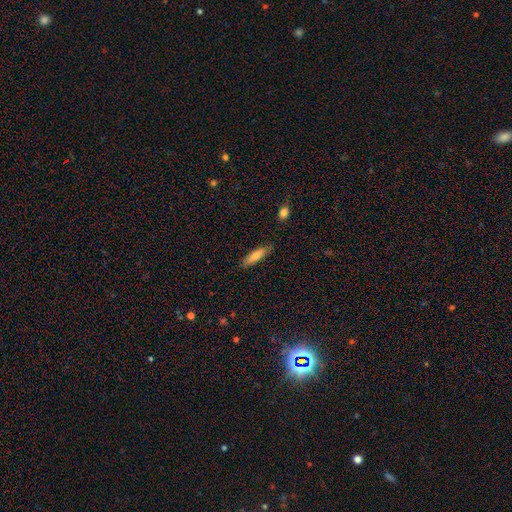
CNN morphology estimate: The model was most divided on "how rounded": cigar-shaped: 60%, in between: 38%, round: 2%. More confident: merging — none (83%); smooth or featured — smooth (74%).